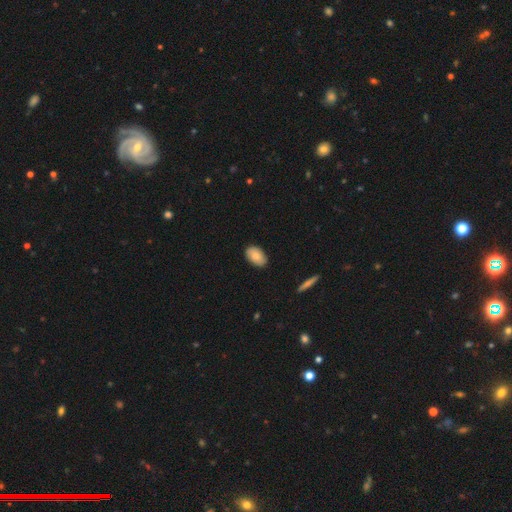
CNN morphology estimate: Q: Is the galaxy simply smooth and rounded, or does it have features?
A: smooth — 85%.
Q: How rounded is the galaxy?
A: in between — 92%.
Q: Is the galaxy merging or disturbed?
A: none — 88%.